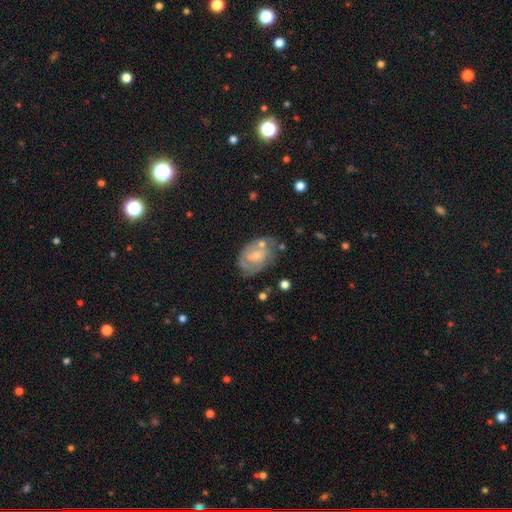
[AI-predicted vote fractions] Q: Smooth or featured?
A: featured or disk (54%); runner-up: smooth (39%)
Q: Edge-on disk?
A: no (96%); runner-up: yes (4%)
Q: Bar?
A: no (68%); runner-up: weak (27%)
Q: Spiral arms?
A: yes (56%); runner-up: no (44%)
Q: Bulge size?
A: small (59%); runner-up: moderate (30%)
Q: Merging?
A: none (47%); runner-up: minor disturbance (26%)